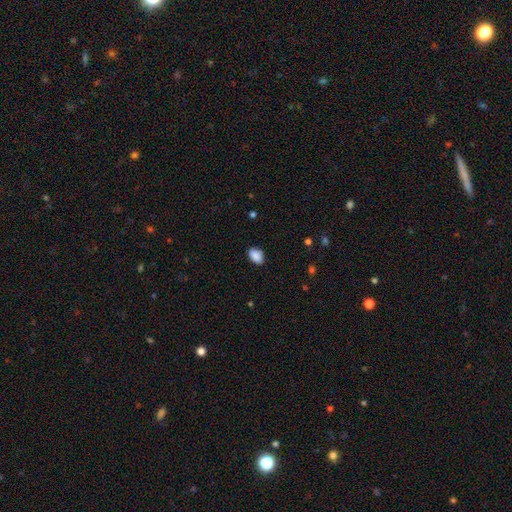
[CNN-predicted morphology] Overall: smooth (89%). How rounded: in between (89%). Merging: none (83%).